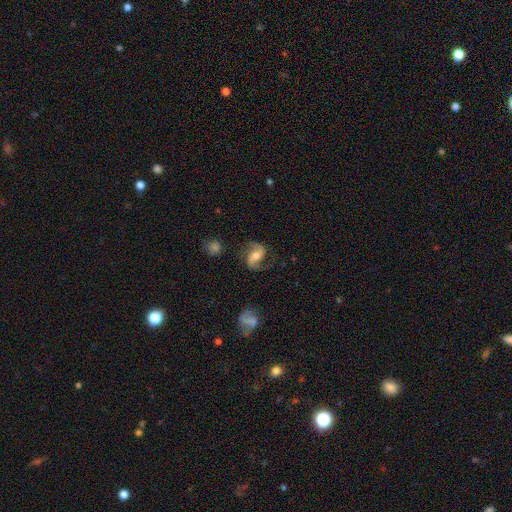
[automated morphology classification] This is clearly a featured or disk galaxy (81%). It is clearly not viewed edge-on (97%). Bar: marginally weak (38%, tied with no). Spiral arm pattern: clearly yes (95%). Spiral arm count: clearly 2 (92%). Spiral winding: marginally loose (44%, tied with medium). Central bulge: likely moderate (70%). Merging: likely none (77%).